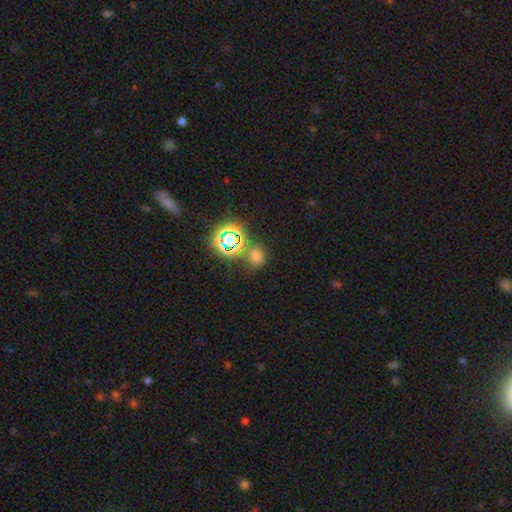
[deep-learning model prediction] Smooth or featured? smooth (60%)
How rounded? round (67%)
Merging? none (72%)